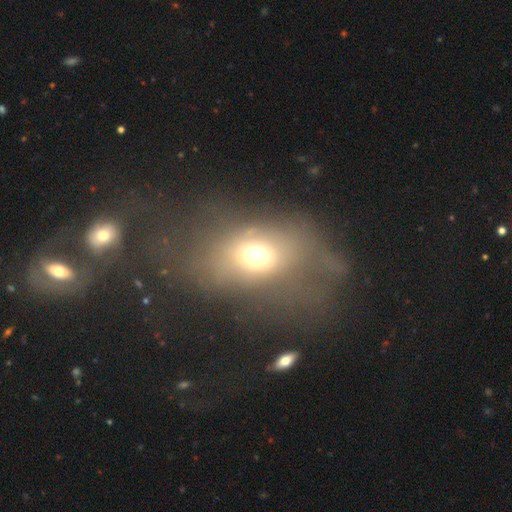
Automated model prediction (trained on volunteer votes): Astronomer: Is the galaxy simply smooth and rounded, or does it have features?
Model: smooth — 59%.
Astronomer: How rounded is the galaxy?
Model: in between — 62%.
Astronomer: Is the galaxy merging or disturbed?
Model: major disturbance — 44% (runner-up: none, 34%).